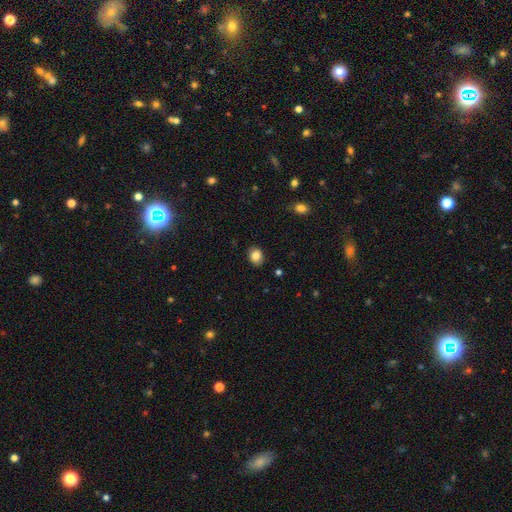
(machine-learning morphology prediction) type=smooth (85%); roundness=round (51%); merging=none (88%).